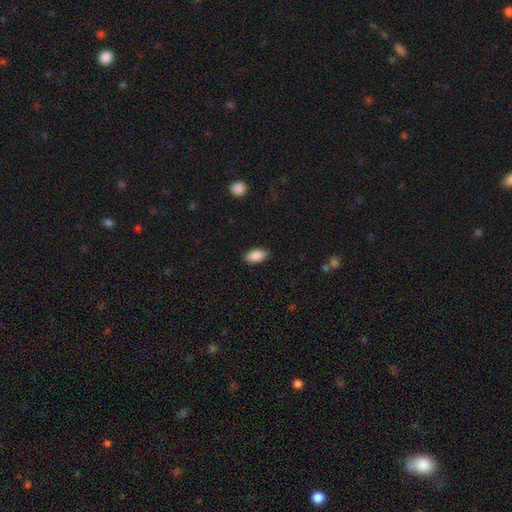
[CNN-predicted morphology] smooth-or-featured: smooth: 87% | star or artifact: 7% | featured or disk: 6%
  how-rounded: in between: 92% | cigar-shaped: 4% | round: 4%
  merging: none: 87% | minor disturbance: 10% | major disturbance: 2% | merger: 1%